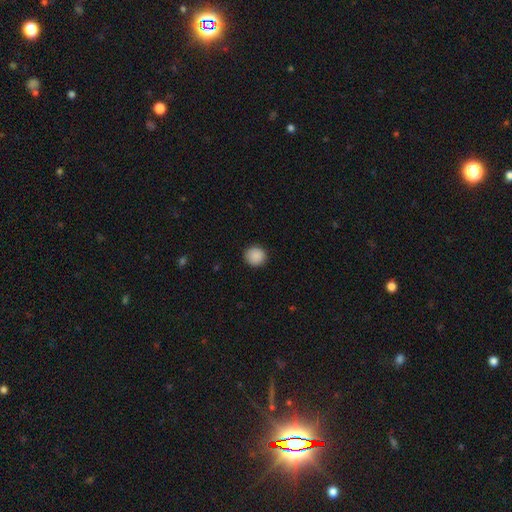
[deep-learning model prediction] Overall: smooth (89%). How rounded: round (91%). Merging: none (91%).